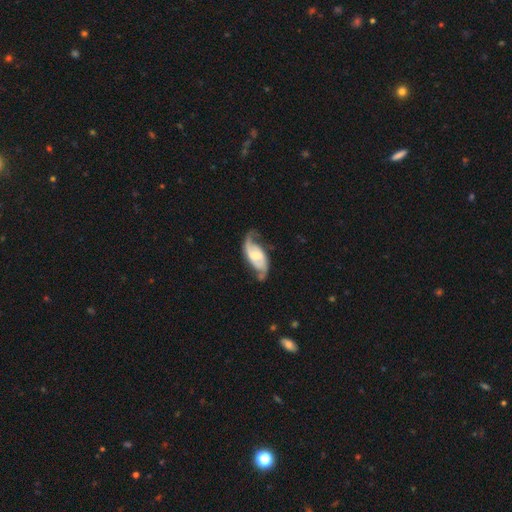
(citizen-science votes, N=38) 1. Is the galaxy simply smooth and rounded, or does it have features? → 82% featured or disk, 13% smooth, 5% star or artifact.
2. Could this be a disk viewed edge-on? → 87% no, 13% yes.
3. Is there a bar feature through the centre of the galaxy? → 37% weak (tied), 37% no (tied), 26% strong.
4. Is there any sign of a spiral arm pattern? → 100% yes, 0% no.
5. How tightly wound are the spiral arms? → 56% loose, 37% medium, 7% tight.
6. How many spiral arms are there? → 63% 2, 26% 1, 11% can't tell, 0% 3, 0% 4, 0% more than 4.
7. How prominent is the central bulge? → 37% moderate, 26% small, 19% none, 15% large, 4% dominant.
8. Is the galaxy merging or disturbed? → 53% none, 28% minor disturbance, 14% major disturbance, 6% merger.